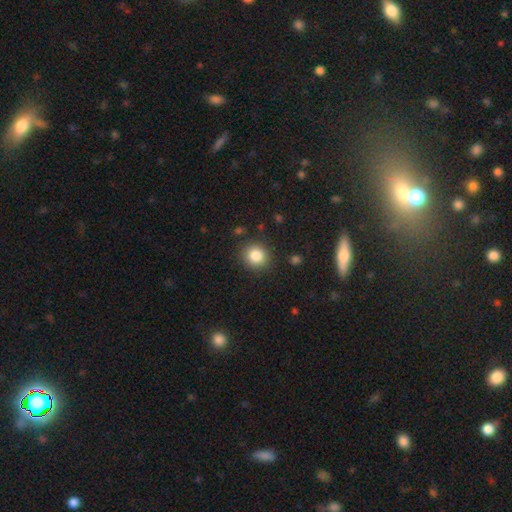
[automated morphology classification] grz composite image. It shows a smooth galaxy with no disk features (84%) that is round (86%). Merging: none (88%).